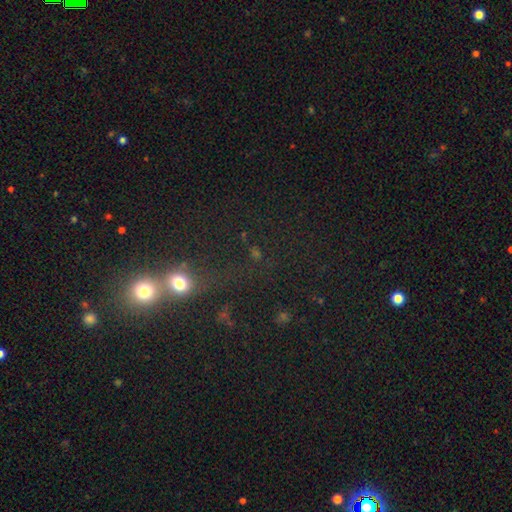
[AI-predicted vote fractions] Smooth or featured? smooth (50%)
How rounded? round (77%)
Merging? none (43%)